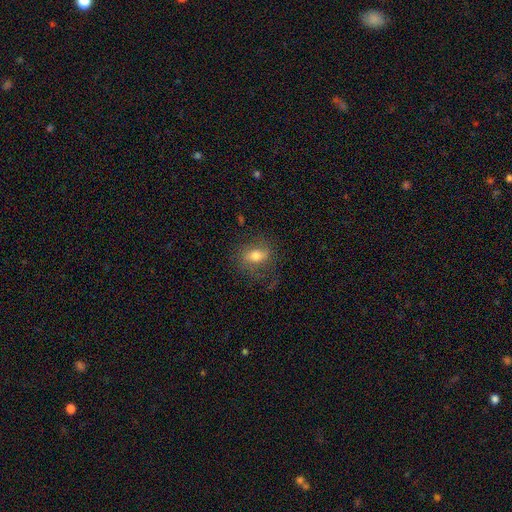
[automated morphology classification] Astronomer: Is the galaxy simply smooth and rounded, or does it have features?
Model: smooth — 61%.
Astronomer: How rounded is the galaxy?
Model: in between — 66%.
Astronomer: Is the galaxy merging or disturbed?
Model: none — 67%.